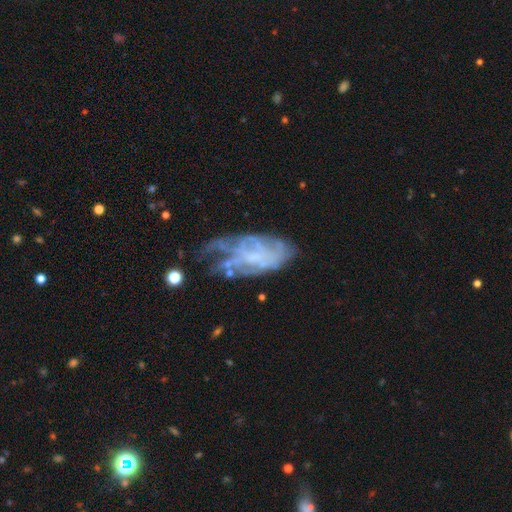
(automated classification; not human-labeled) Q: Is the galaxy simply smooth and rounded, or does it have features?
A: featured or disk — 71%.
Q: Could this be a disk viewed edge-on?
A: no — 95%.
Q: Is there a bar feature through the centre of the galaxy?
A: no — 69%.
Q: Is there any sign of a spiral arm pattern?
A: yes — 64%.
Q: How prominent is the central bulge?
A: small — 42%.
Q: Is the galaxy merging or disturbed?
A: none — 37%.